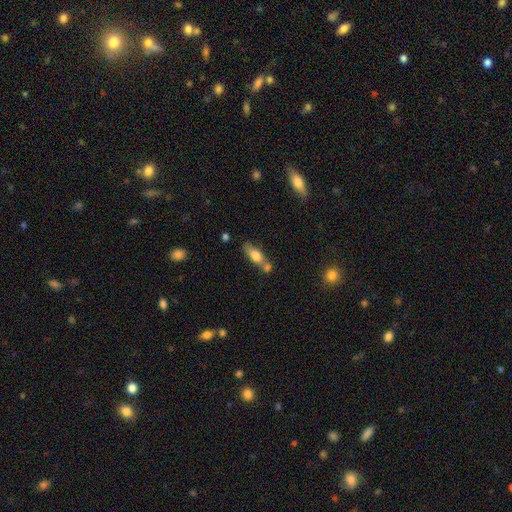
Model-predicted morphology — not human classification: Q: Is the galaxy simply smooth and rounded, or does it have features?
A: smooth — 69%.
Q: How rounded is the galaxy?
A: in between — 66%.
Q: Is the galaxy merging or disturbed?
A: none — 46%.